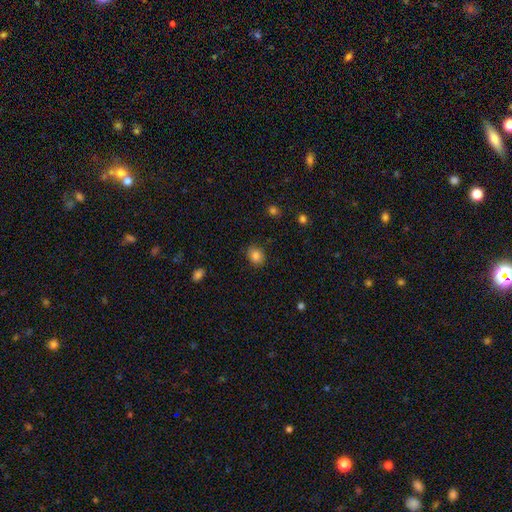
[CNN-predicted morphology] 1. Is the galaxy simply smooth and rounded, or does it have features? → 85% smooth, 10% star or artifact, 5% featured or disk.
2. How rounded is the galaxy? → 64% round, 35% in between, 1% cigar-shaped.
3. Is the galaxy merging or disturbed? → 86% none, 10% minor disturbance, 3% major disturbance, 1% merger.